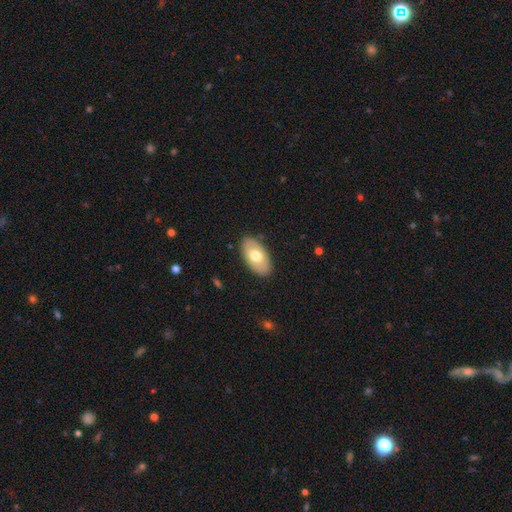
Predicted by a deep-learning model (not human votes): smooth-or-featured: smooth: 63% | featured or disk: 32% | star or artifact: 5%
  how-rounded: in between: 94% | round: 4% | cigar-shaped: 2%
  merging: none: 86% | minor disturbance: 11% | major disturbance: 2% | merger: 1%